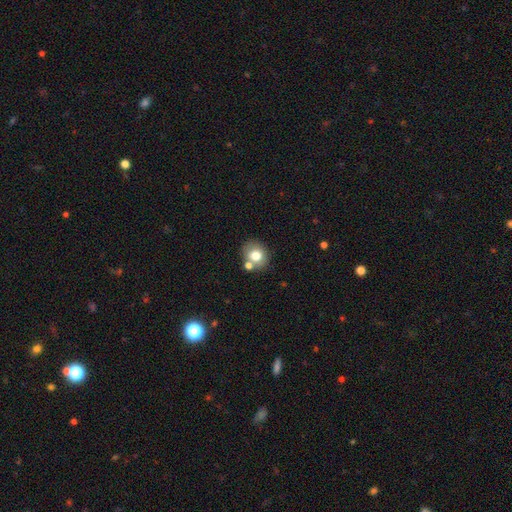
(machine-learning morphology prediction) Q: Smooth or featured?
A: smooth (75%); runner-up: featured or disk (14%)
Q: How rounded?
A: round (73%); runner-up: in between (26%)
Q: Merging?
A: none (66%); runner-up: merger (19%)